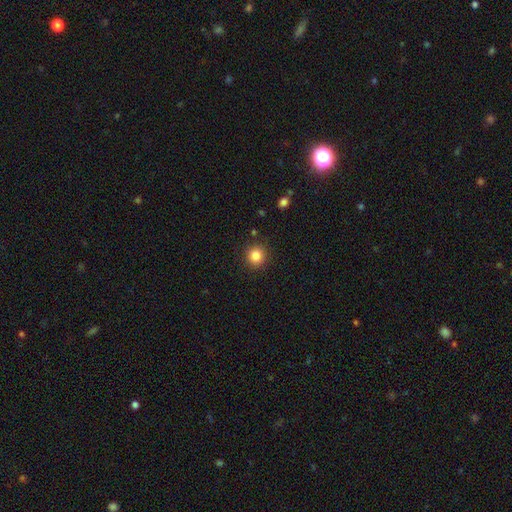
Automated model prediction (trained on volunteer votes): Q: Smooth or featured?
A: smooth (85%); runner-up: star or artifact (11%)
Q: How rounded?
A: round (92%); runner-up: in between (7%)
Q: Merging?
A: none (89%); runner-up: minor disturbance (7%)